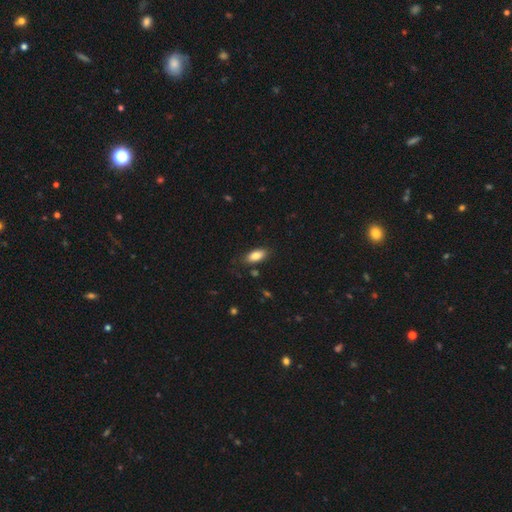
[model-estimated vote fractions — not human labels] A smooth galaxy with no disk features (85%) that is in between round and cigar-shaped (89%).

Vote fractions:
- Smooth or featured? smooth: 85% / featured or disk: 7% / star or artifact: 7%
- How rounded? in between: 89% / cigar-shaped: 8% / round: 3%
- Merging? none: 82% / minor disturbance: 13% / major disturbance: 3% / merger: 2%